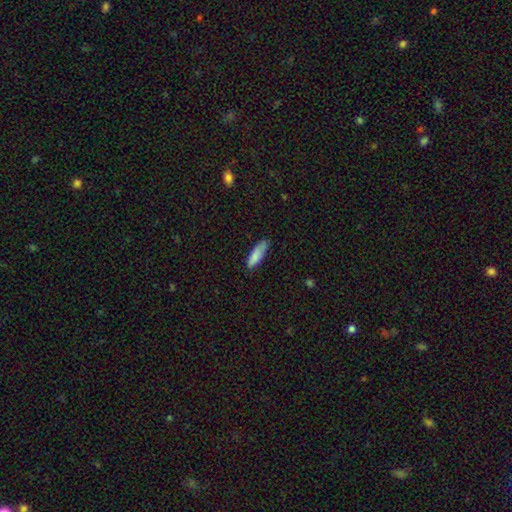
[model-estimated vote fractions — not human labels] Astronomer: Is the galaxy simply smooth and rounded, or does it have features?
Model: smooth — 86%.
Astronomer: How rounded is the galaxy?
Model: cigar-shaped — 54% (runner-up: in between, 44%).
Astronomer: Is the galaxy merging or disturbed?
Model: none — 74%.